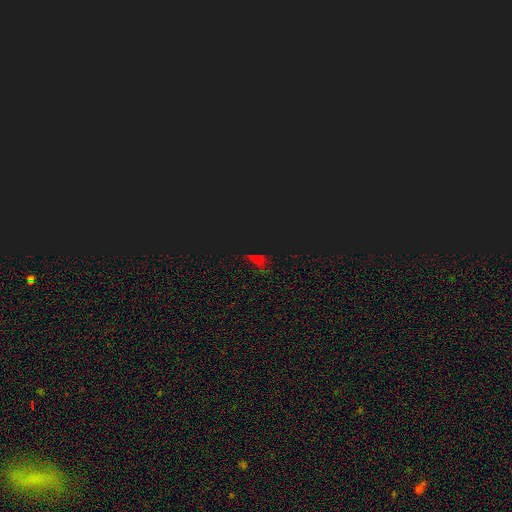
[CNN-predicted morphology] Smooth or featured?
  - star or artifact: 74% *
  - smooth: 18%
  - featured or disk: 8%